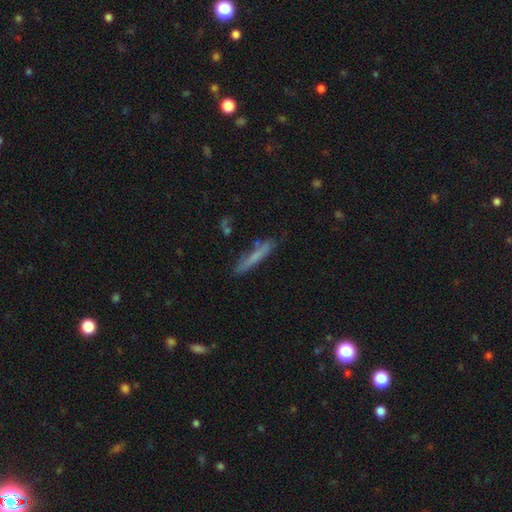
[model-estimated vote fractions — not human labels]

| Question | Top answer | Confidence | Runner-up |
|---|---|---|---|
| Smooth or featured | smooth | 61% | featured or disk (31%) |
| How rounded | cigar-shaped | 93% | in between (5%) |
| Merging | none | 80% | minor disturbance (14%) |